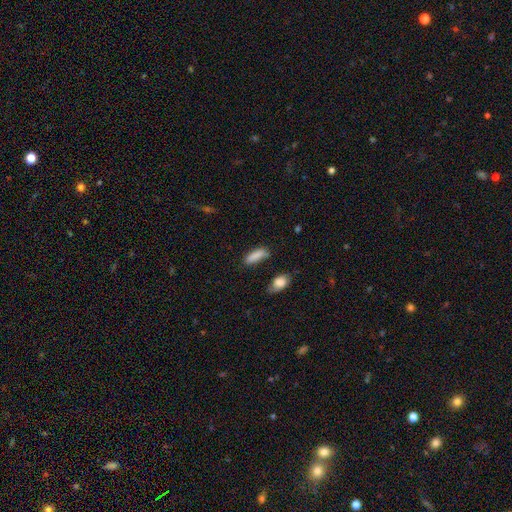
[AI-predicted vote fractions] This is clearly a smooth galaxy (86%). How rounded: possibly in between (55%). Merging: likely none (64%).